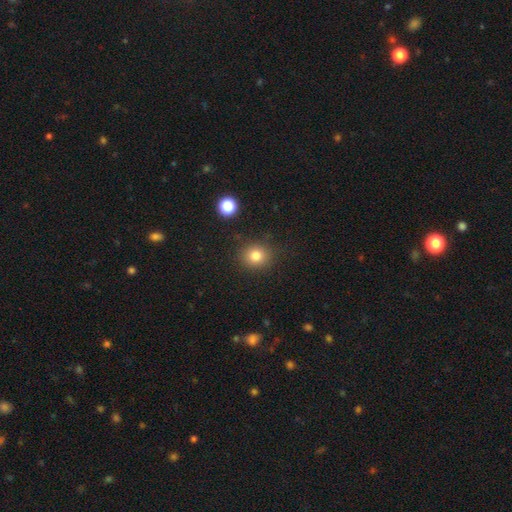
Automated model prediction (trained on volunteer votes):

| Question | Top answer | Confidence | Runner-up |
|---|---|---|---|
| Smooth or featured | smooth | 81% | star or artifact (13%) |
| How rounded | round | 80% | in between (19%) |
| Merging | none | 87% | minor disturbance (8%) |